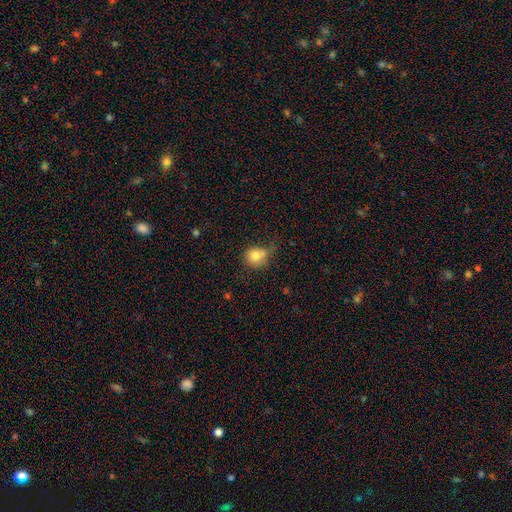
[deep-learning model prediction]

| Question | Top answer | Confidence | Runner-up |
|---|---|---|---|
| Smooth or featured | smooth | 78% | featured or disk (11%) |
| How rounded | round | 78% | in between (21%) |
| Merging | none | 44% | minor disturbance (27%) |